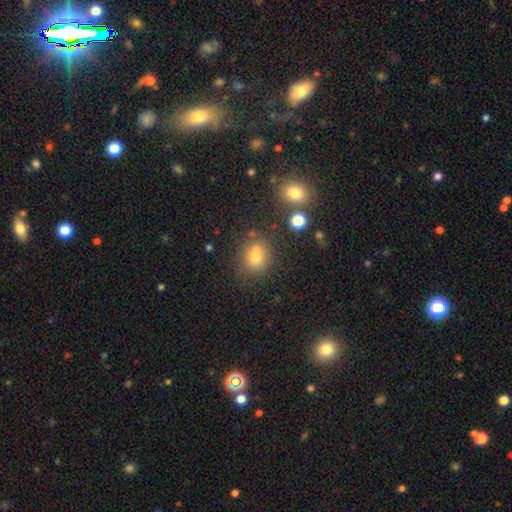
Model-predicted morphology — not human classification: A smooth galaxy with no disk features (74%) that is round (55%). Merging: none (70%).